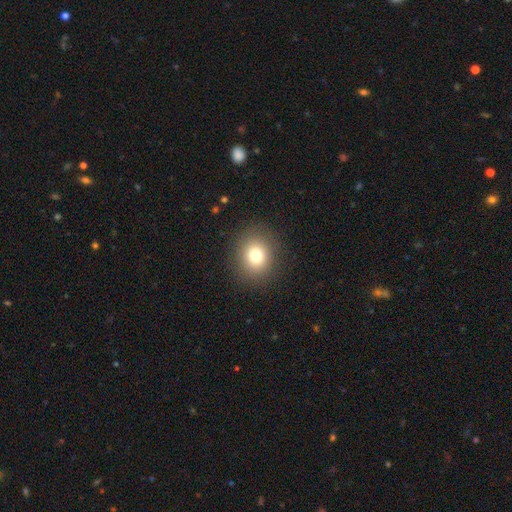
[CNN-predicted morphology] Smooth or featured?
  - smooth: 77% *
  - star or artifact: 13%
  - featured or disk: 10%
How rounded?
  - round: 73% *
  - in between: 26%
  - cigar-shaped: 1%
Merging?
  - none: 89% *
  - minor disturbance: 7%
  - major disturbance: 3%
  - merger: 1%